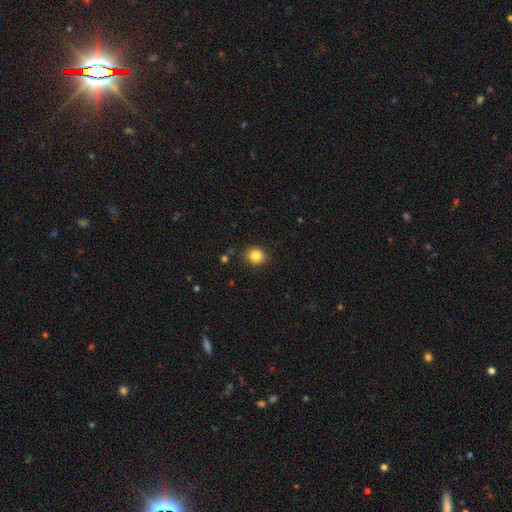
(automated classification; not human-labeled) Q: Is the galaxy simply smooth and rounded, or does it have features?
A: smooth — 84%.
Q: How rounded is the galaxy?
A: round — 80%.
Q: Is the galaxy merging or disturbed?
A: none — 87%.